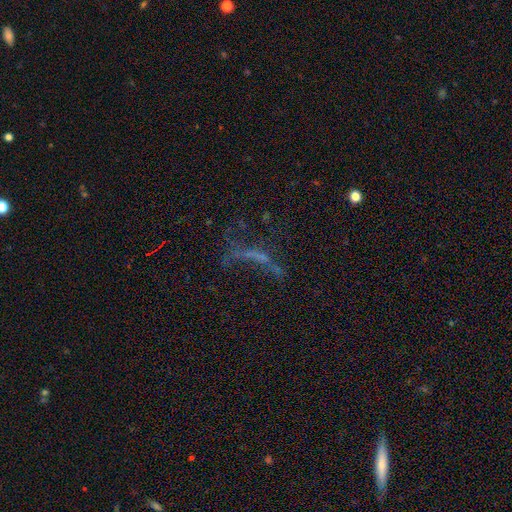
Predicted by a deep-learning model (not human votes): Smooth or featured: featured or disk — 39% (star or artifact — 35%)
Merging: none — 39% (major disturbance — 35%)